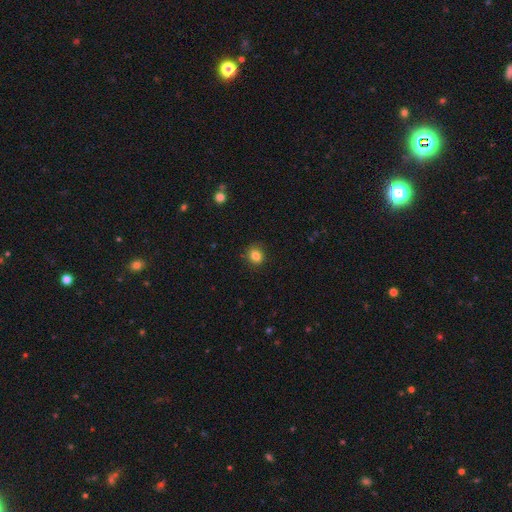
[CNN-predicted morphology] Q: Smooth or featured?
A: smooth (83%); runner-up: star or artifact (11%)
Q: How rounded?
A: round (74%); runner-up: in between (25%)
Q: Merging?
A: none (88%); runner-up: minor disturbance (9%)